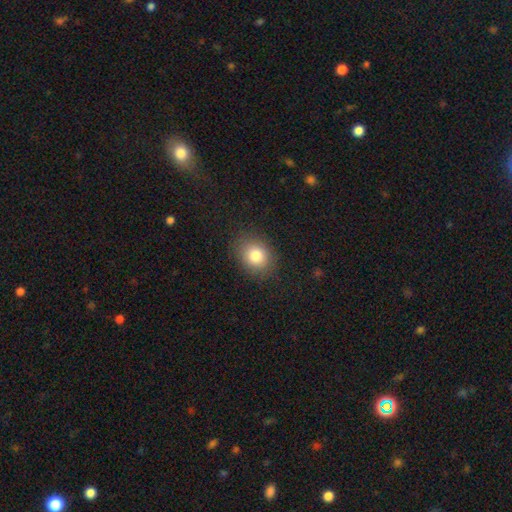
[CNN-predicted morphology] smooth 81%, star or artifact 10%, featured or disk 8%. Down the decision tree: how rounded — round (57%); merging — none (86%).